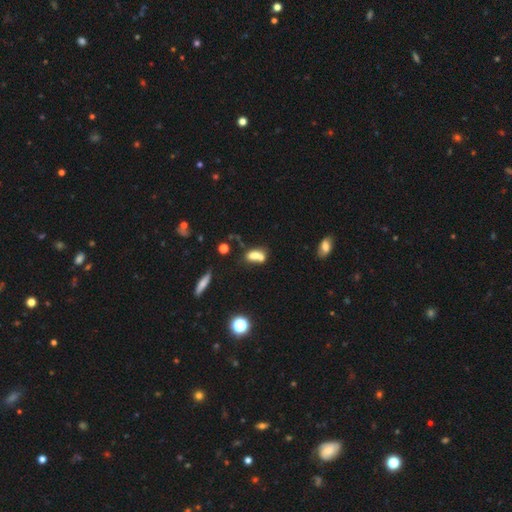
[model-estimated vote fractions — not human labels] A smooth galaxy with no disk features (69%) that is in between round and cigar-shaped (77%). Merging: merger (51%).